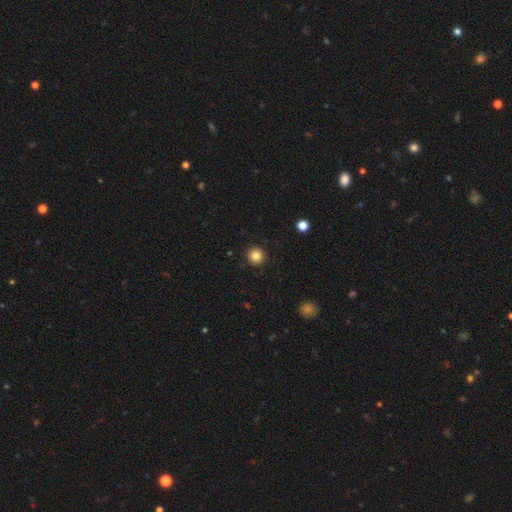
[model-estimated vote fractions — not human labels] Smooth or featured? Predicted: smooth (p=0.84). How rounded? Predicted: round (p=0.96). Merging? Predicted: none (p=0.92).